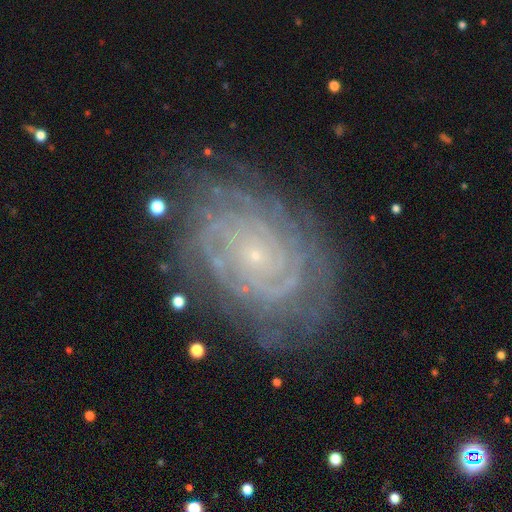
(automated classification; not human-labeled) Morphology: type=featured or disk (87%); edge-on=no (97%); bar=no (80%); spiral arms=yes (97%); winding=tight (84%); arm count=can't tell (31%); bulge=small (89%); merging=none (78%).